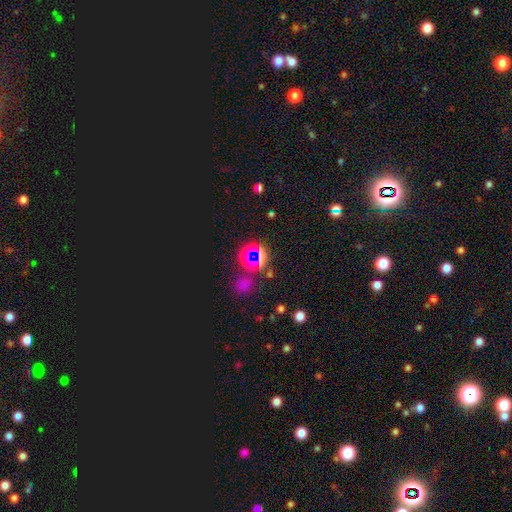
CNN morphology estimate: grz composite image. It shows a star or artifact, not a galaxy (73%).